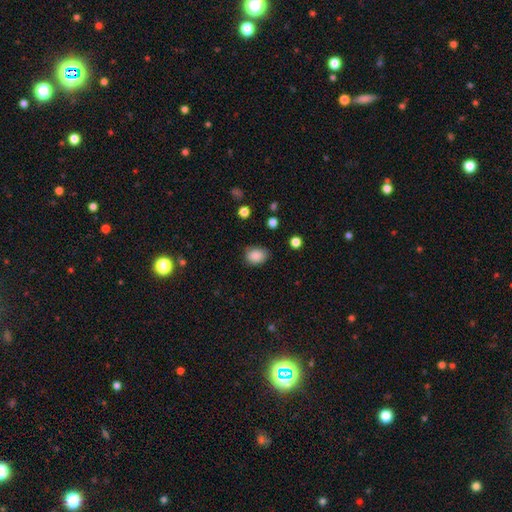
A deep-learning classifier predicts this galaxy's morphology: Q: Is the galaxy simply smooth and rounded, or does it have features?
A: smooth — 87%.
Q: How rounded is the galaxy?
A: in between — 62%.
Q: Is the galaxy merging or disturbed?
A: none — 76%.